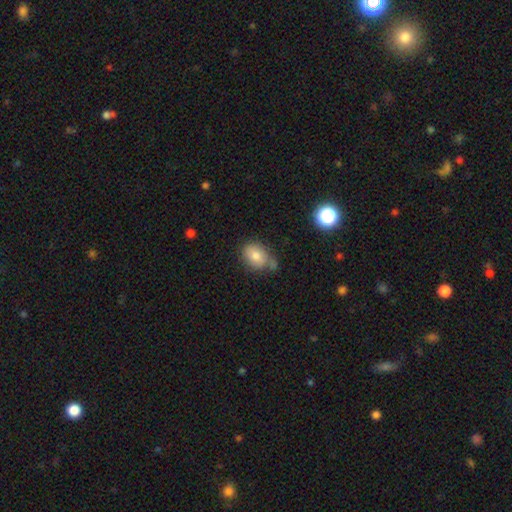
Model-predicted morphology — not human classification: Q: Smooth or featured?
A: smooth (78%); runner-up: featured or disk (12%)
Q: How rounded?
A: in between (67%); runner-up: round (31%)
Q: Merging?
A: none (58%); runner-up: minor disturbance (24%)